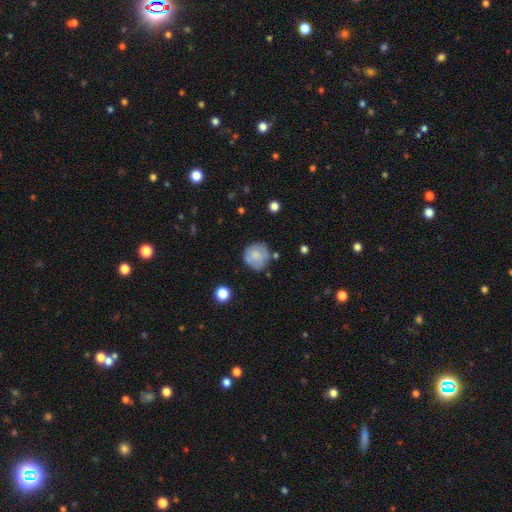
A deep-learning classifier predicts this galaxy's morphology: type=smooth (74%); roundness=round (90%); merging=none (66%).